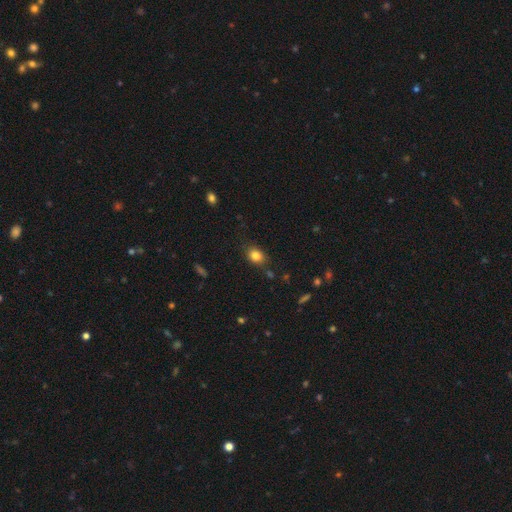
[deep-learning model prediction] Smooth or featured? Predicted: smooth (p=0.82). How rounded? Predicted: in between (p=0.54). Merging? Predicted: none (p=0.78).